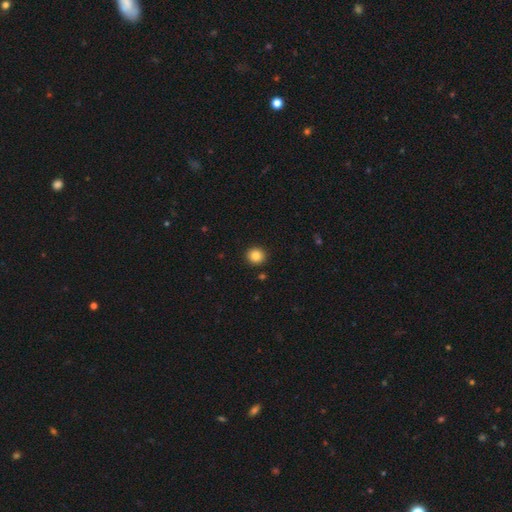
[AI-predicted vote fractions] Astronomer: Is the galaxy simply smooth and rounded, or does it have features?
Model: smooth — 86%.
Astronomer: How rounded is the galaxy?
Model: round — 91%.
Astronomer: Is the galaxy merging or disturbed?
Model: none — 92%.